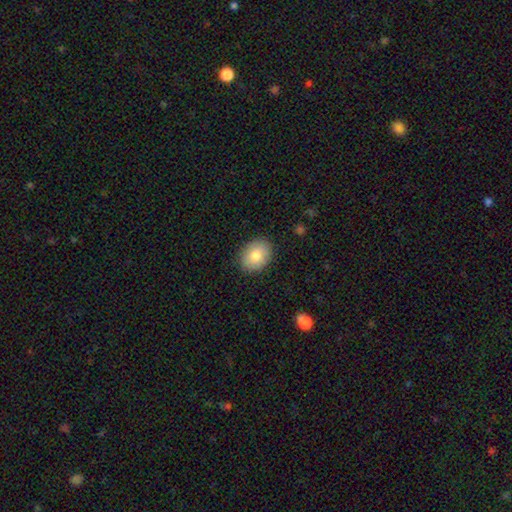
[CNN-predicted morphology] A smooth galaxy with no disk features (81%) that is in between round and cigar-shaped (64%). Merging: none (88%).